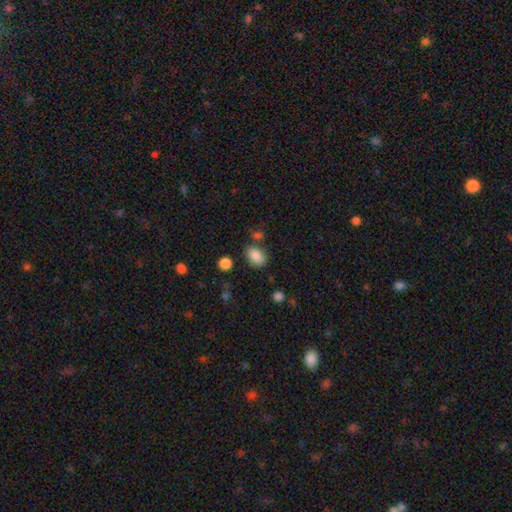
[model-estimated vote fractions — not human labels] Smooth or featured?
  - smooth: 85% *
  - star or artifact: 9%
  - featured or disk: 6%
How rounded?
  - in between: 79% *
  - round: 20%
  - cigar-shaped: 1%
Merging?
  - none: 76% *
  - minor disturbance: 13%
  - merger: 7%
  - major disturbance: 4%